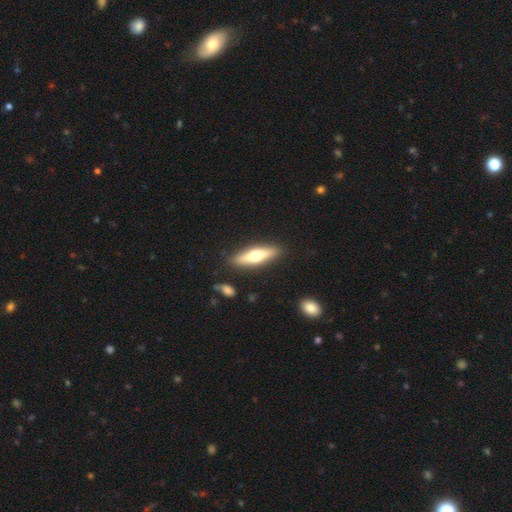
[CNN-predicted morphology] This appears to be a featured or disk galaxy (47%, tied with smooth). Merging: none (87%).